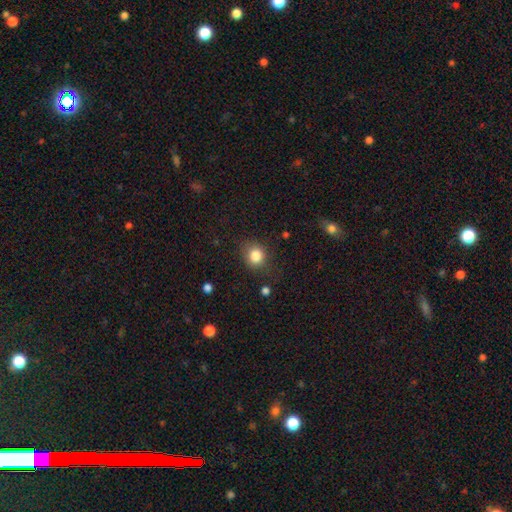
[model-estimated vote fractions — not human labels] Smooth or featured: smooth — 83% (star or artifact — 11%)
How rounded: round — 76% (in between — 23%)
Merging: none — 76% (minor disturbance — 17%)